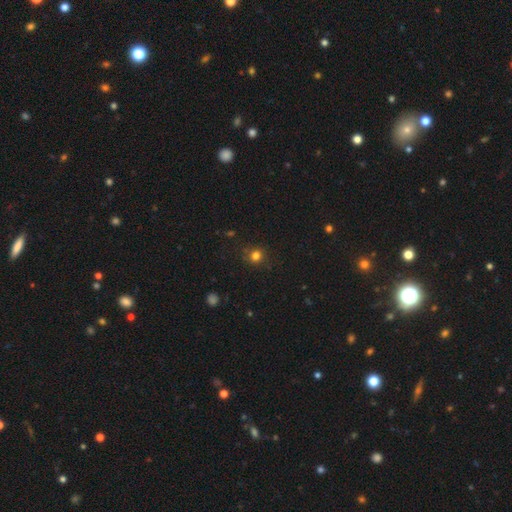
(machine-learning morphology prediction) Q: Smooth or featured?
A: smooth (79%); runner-up: star or artifact (16%)
Q: How rounded?
A: round (89%); runner-up: in between (10%)
Q: Merging?
A: none (86%); runner-up: minor disturbance (10%)